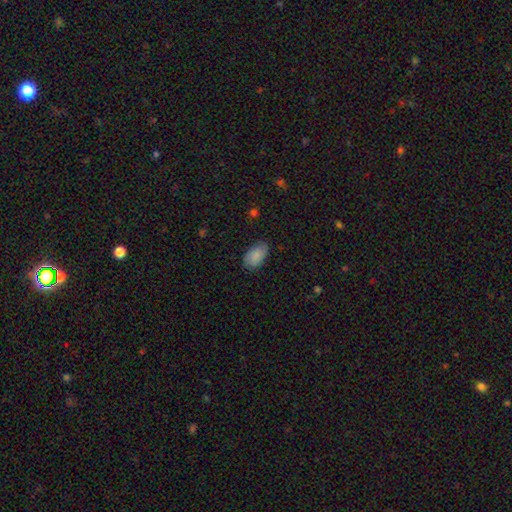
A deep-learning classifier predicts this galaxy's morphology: Smooth or featured: smooth — 87% (star or artifact — 7%)
How rounded: in between — 94% (round — 5%)
Merging: none — 76% (minor disturbance — 20%)